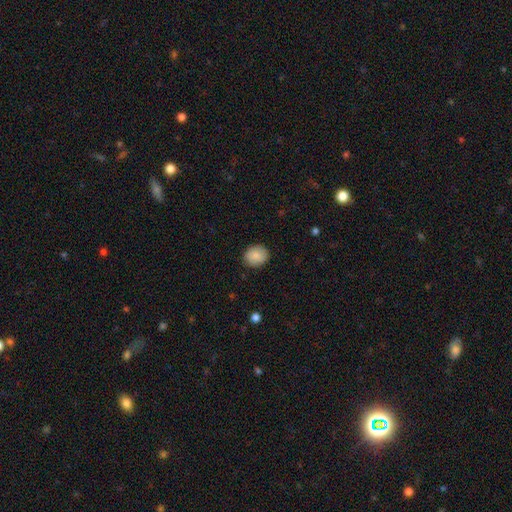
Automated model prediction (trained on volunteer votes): This appears to be a smooth galaxy with no disk features (87%) that is round (67%). Merging: none (86%).